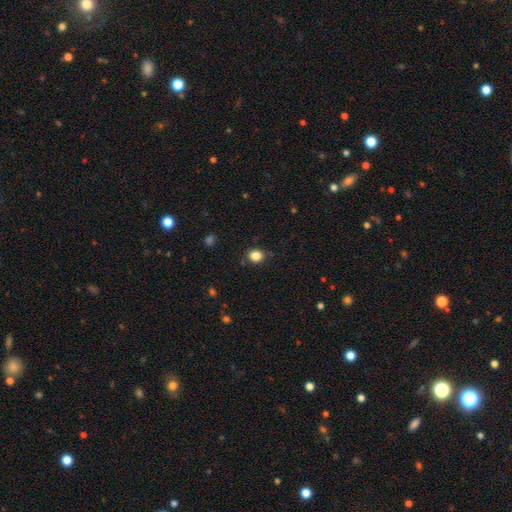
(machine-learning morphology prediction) Overall: smooth (84%). How rounded: round (67%; in between 32%). Merging: none (81%).